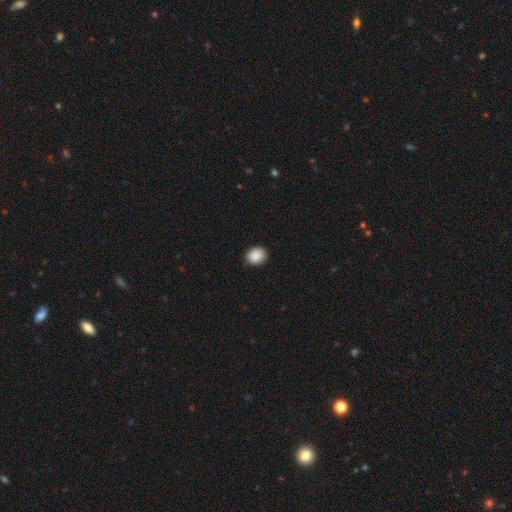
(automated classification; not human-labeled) A smooth galaxy with no disk features (89%) that is round (55%).

Vote fractions:
- Smooth or featured? smooth: 89% / star or artifact: 8% / featured or disk: 3%
- How rounded? round: 55% / in between: 44% / cigar-shaped: 1%
- Merging? none: 88% / minor disturbance: 9% / major disturbance: 2% / merger: 1%